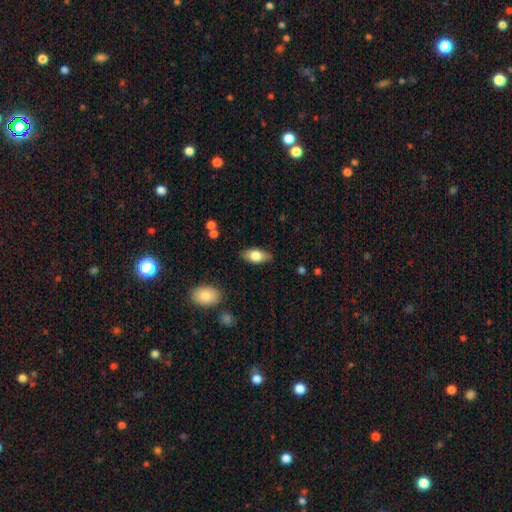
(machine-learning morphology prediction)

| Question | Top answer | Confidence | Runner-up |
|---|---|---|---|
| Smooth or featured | smooth | 77% | featured or disk (17%) |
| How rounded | in between | 89% | cigar-shaped (7%) |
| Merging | none | 83% | minor disturbance (13%) |